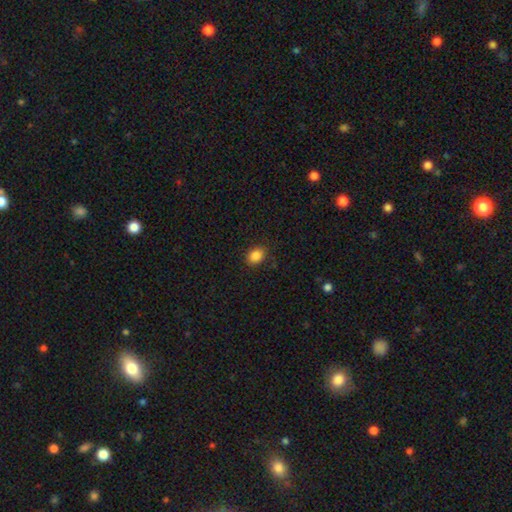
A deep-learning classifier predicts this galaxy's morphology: Smooth or featured? smooth (86%)
How rounded? in between (54%)
Merging? none (87%)